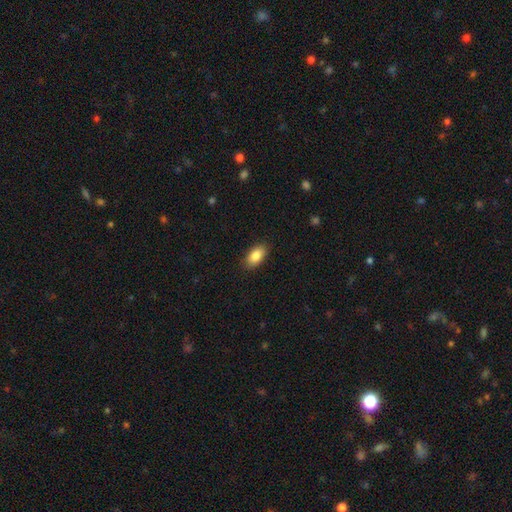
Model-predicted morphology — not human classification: This is clearly a smooth galaxy (86%). How rounded: clearly in between (92%). Merging: clearly none (87%).